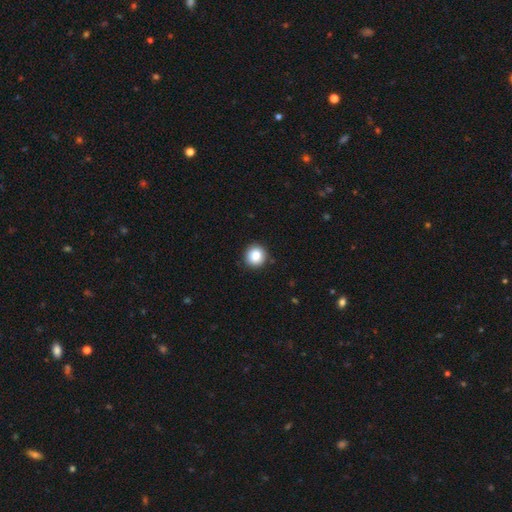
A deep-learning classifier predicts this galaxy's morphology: type=smooth (86%); roundness=round (92%); merging=none (89%).